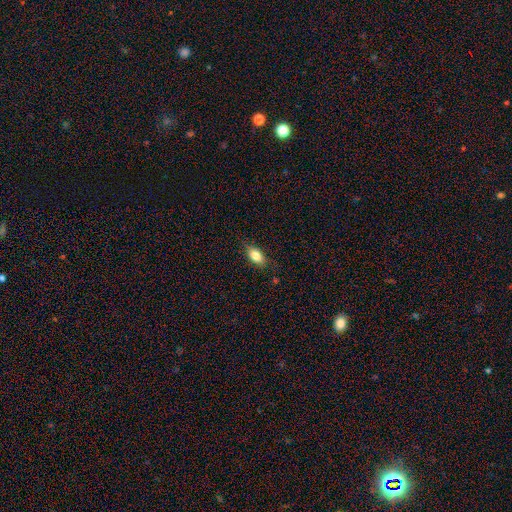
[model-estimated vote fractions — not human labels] Morphology: type=smooth (81%); roundness=in between (86%); merging=none (80%).